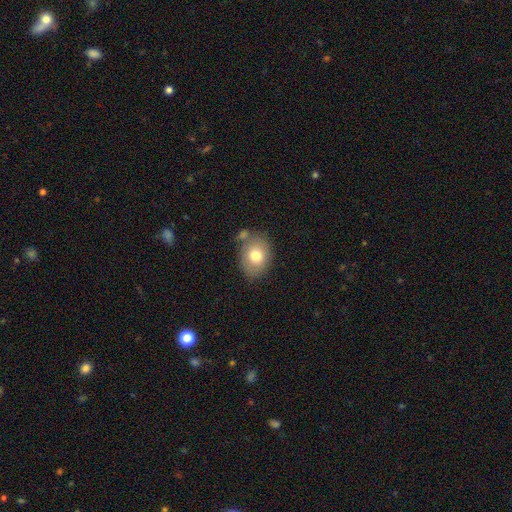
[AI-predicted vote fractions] A smooth galaxy with no disk features (76%) that is in between round and cigar-shaped (63%). Merging: none (65%).